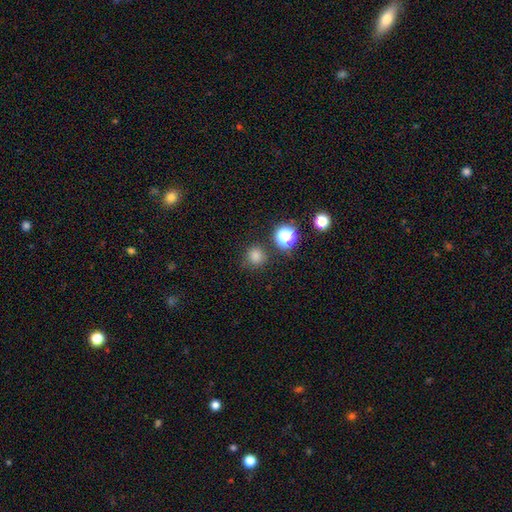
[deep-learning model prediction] A smooth galaxy with no disk features (78%) that is round (92%).

Vote fractions:
- Smooth or featured? smooth: 78% / star or artifact: 18% / featured or disk: 4%
- How rounded? round: 92% / in between: 7% / cigar-shaped: 1%
- Merging? none: 83% / minor disturbance: 9% / merger: 4% / major disturbance: 4%